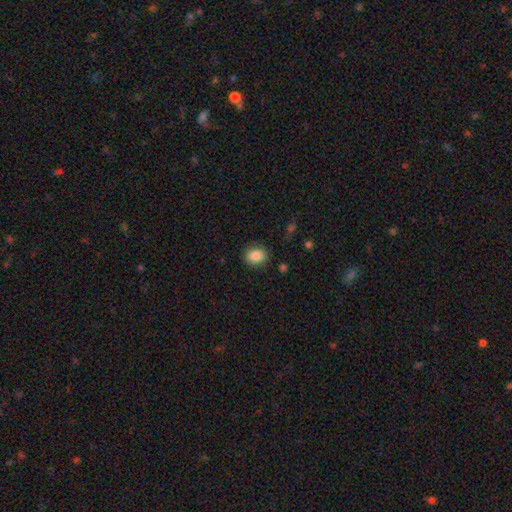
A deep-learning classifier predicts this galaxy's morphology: Overall: smooth (87%). How rounded: round (50%; in between 49%). Merging: none (85%).